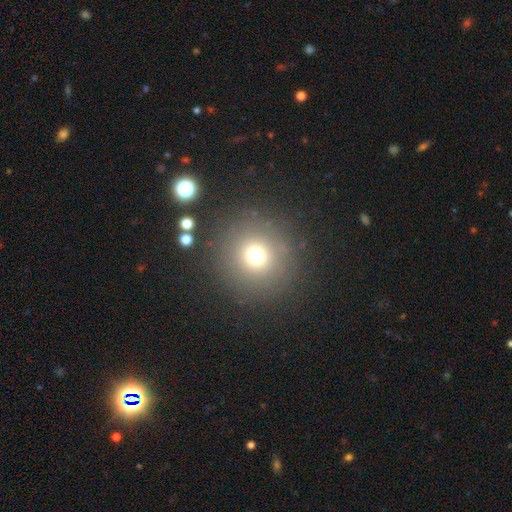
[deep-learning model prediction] A smooth galaxy with no disk features (69%) that is round (95%). Merging: none (87%).